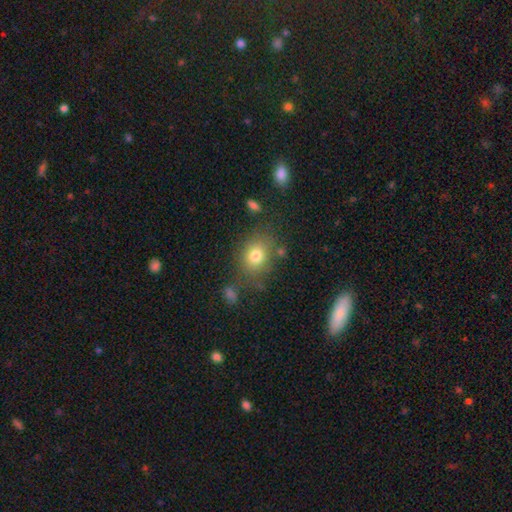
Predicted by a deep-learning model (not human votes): Morphology: type=smooth (77%); roundness=round (51%); merging=none (73%).